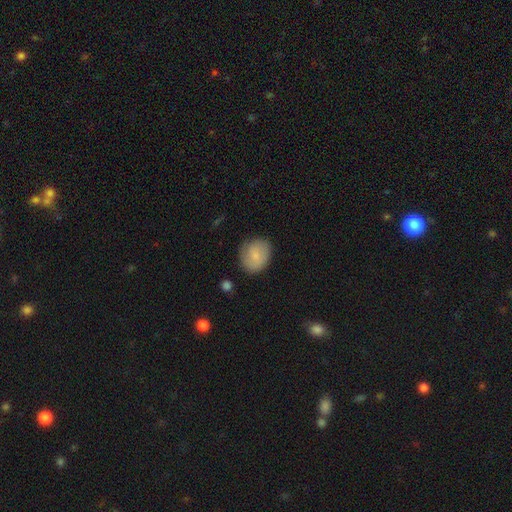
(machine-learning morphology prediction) The model was most divided on "how rounded": round: 63%, in between: 36%, cigar-shaped: 1%. More confident: merging — none (77%); smooth or featured — smooth (73%).